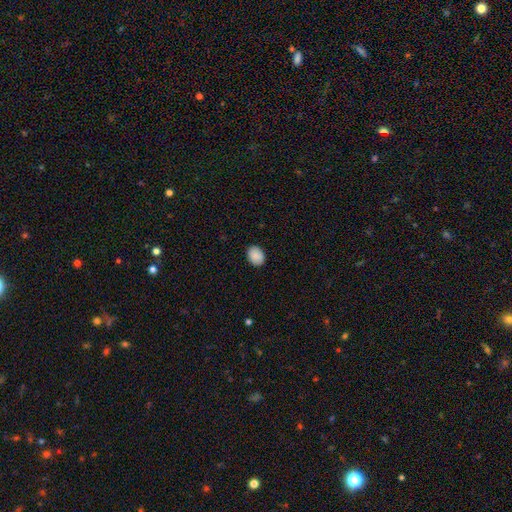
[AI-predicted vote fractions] This is clearly a smooth galaxy (90%). How rounded: likely in between (65%). Merging: clearly none (89%).